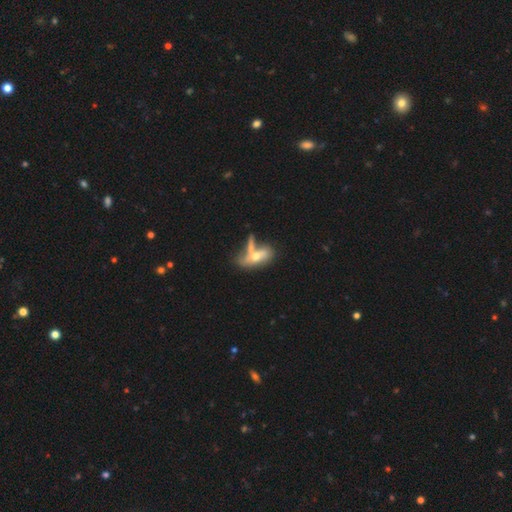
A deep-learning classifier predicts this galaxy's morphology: Smooth or featured?
  - smooth: 50% *
  - featured or disk: 41%
  - star or artifact: 9%
How rounded?
  - in between: 71% *
  - cigar-shaped: 22%
  - round: 6%
Merging?
  - merger: 46% *
  - none: 30%
  - minor disturbance: 13%
  - major disturbance: 12%